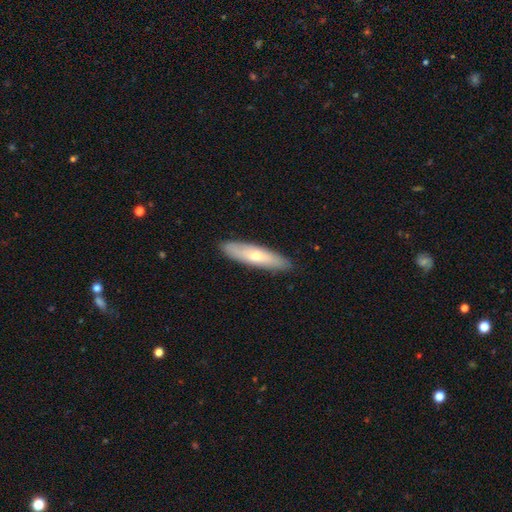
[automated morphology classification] Smooth or featured: smooth — 57% (featured or disk — 37%)
How rounded: cigar-shaped — 73% (in between — 25%)
Merging: none — 89% (minor disturbance — 9%)